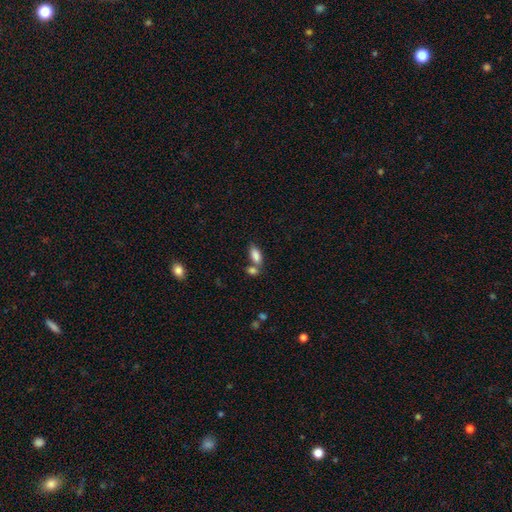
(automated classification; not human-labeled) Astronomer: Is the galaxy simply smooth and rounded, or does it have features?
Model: smooth — 85%.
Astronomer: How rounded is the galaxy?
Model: in between — 89%.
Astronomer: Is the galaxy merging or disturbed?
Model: none — 46% (runner-up: merger, 39%).